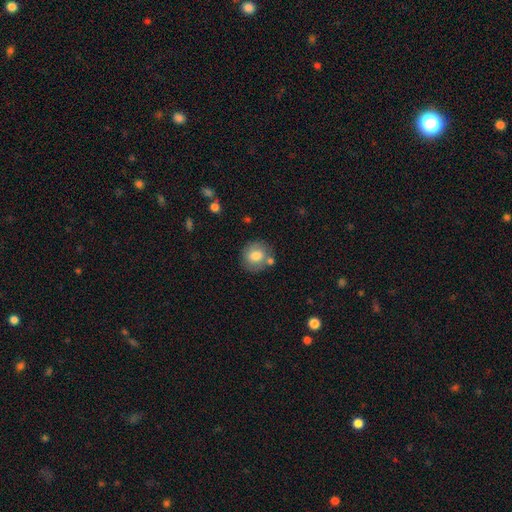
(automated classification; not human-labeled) The model was most divided on "merging": none: 72%, minor disturbance: 13%, merger: 10%, major disturbance: 4%. More confident: how rounded — round (84%); smooth or featured — smooth (77%).